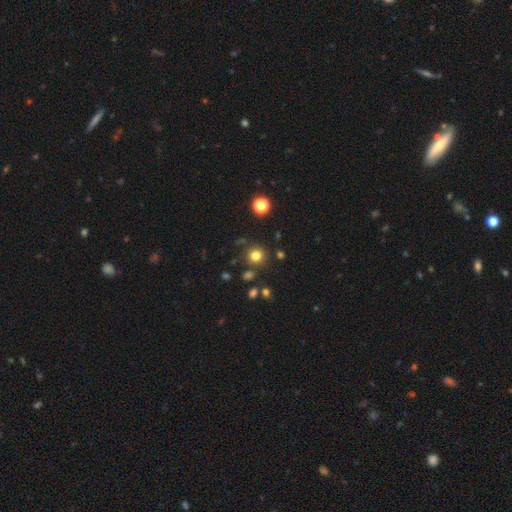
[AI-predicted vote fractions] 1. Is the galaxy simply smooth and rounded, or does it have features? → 79% smooth, 15% star or artifact, 6% featured or disk.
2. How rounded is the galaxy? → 92% round, 7% in between, 1% cigar-shaped.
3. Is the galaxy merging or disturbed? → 84% none, 8% minor disturbance, 5% merger, 3% major disturbance.